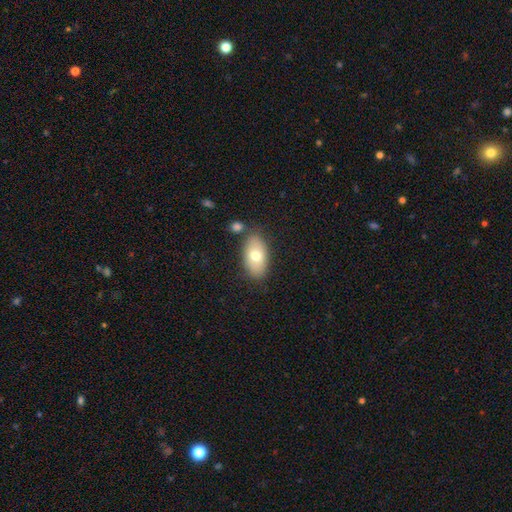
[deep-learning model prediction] smooth-or-featured: smooth: 72% | featured or disk: 21% | star or artifact: 7%
  how-rounded: in between: 92% | round: 5% | cigar-shaped: 3%
  merging: none: 76% | minor disturbance: 13% | merger: 8% | major disturbance: 3%